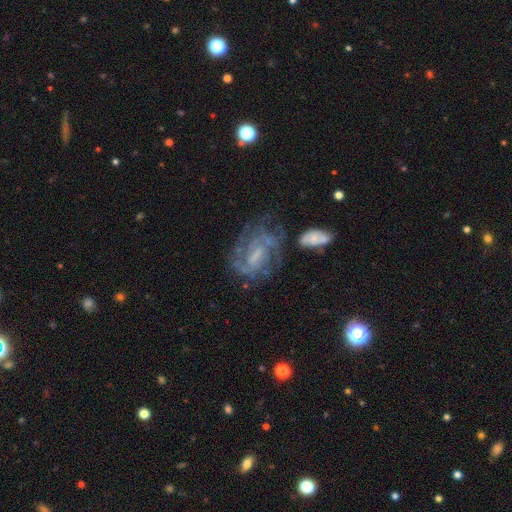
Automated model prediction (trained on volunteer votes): Smooth or featured? Predicted: featured or disk (p=0.76). Edge-on disk? Predicted: no (p=0.97). Bar? Predicted: weak (p=0.49). Spiral arms? Predicted: yes (p=0.82). Spiral winding? Predicted: tight (p=0.45). Spiral arm count? Predicted: can't tell (p=0.42). Bulge size? Predicted: none (p=0.40). Merging? Predicted: none (p=0.52).